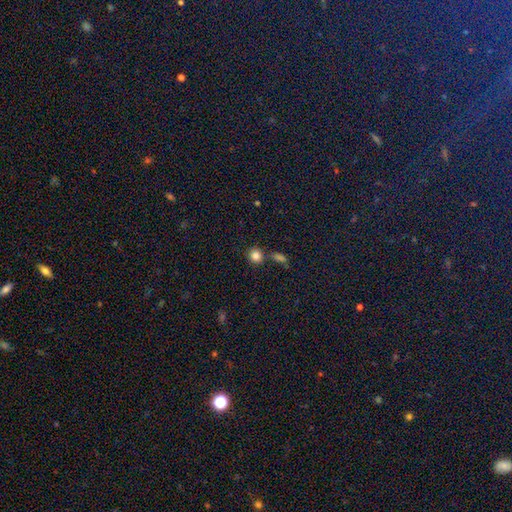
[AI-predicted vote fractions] Q: Smooth or featured?
A: smooth (84%); runner-up: star or artifact (11%)
Q: How rounded?
A: round (86%); runner-up: in between (13%)
Q: Merging?
A: none (72%); runner-up: merger (15%)